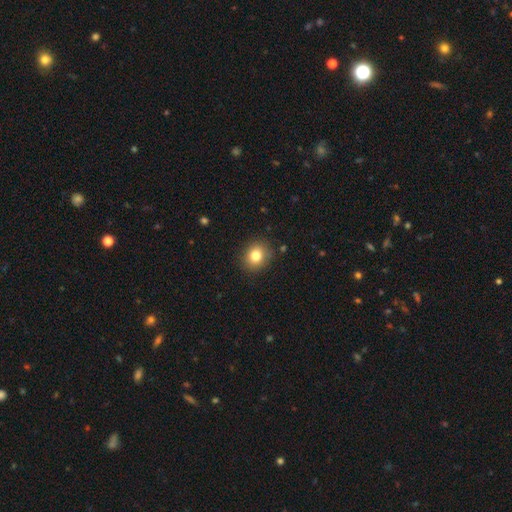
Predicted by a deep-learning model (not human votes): Smooth or featured?
  - smooth: 81% *
  - star or artifact: 11%
  - featured or disk: 9%
How rounded?
  - round: 69% *
  - in between: 30%
  - cigar-shaped: 1%
Merging?
  - none: 87% *
  - minor disturbance: 9%
  - major disturbance: 2%
  - merger: 1%